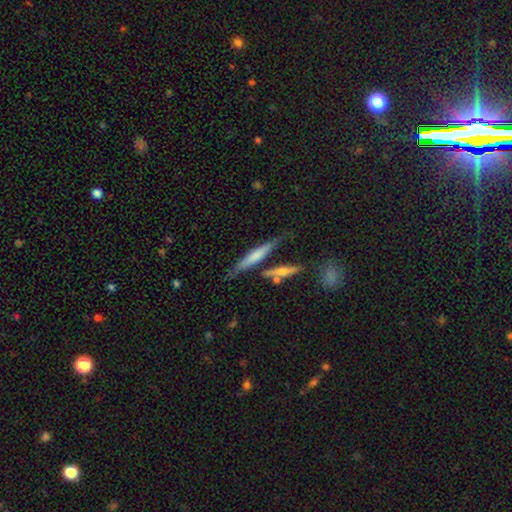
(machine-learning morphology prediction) Smooth or featured? smooth (53%)
How rounded? cigar-shaped (89%)
Merging? none (68%)